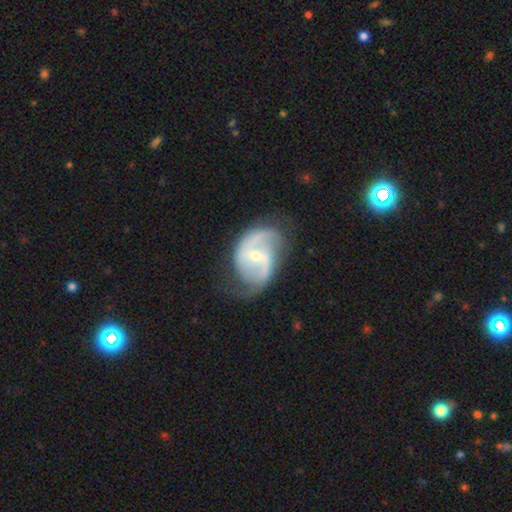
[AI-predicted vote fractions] Smooth or featured? featured or disk (87%)
Edge-on disk? no (97%)
Bar? weak (45%)
Spiral arms? yes (95%)
Spiral winding? medium (49%)
Spiral arm count? 2 (87%)
Bulge size? small (68%)
Merging? none (62%)